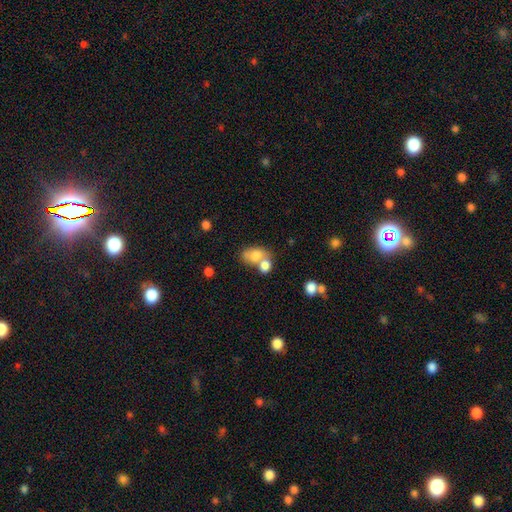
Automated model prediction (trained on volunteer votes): This appears to be a smooth galaxy with no disk features (75%) that is in between round and cigar-shaped (73%). Merging: merger (56%).